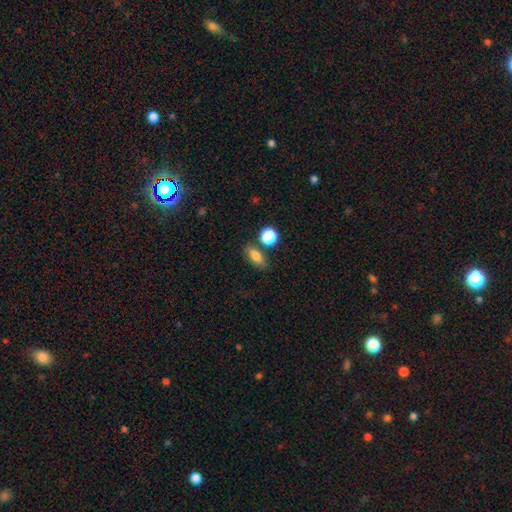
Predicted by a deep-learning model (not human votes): A smooth galaxy with no disk features (81%) that is in between round and cigar-shaped (79%). Merging: none (74%).